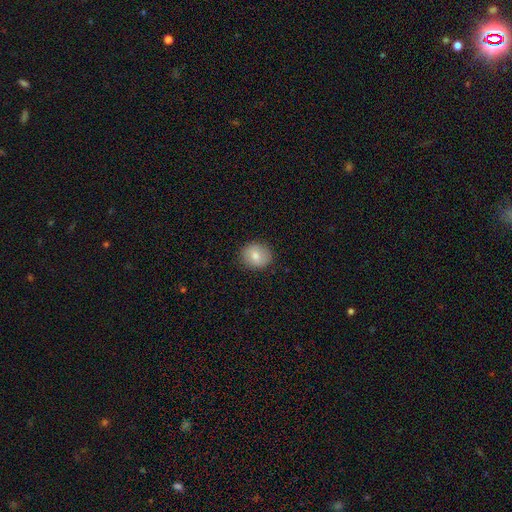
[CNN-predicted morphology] Overall: smooth (78%). How rounded: round (73%). Merging: none (88%).